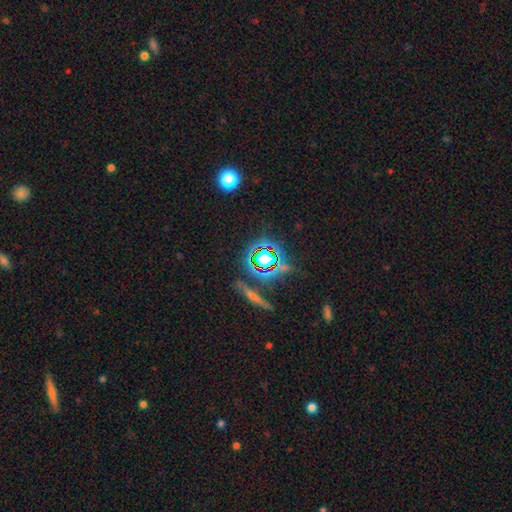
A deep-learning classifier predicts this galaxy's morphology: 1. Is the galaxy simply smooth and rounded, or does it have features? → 68% star or artifact, 18% smooth, 14% featured or disk.